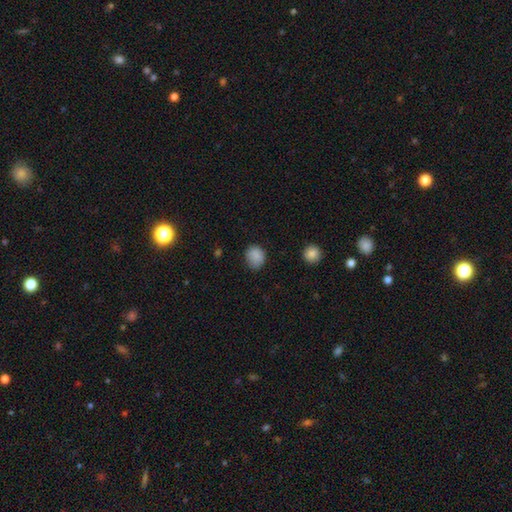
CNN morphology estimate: This appears to be a smooth galaxy with no disk features (86%) that is round (69%). Merging: none (71%).